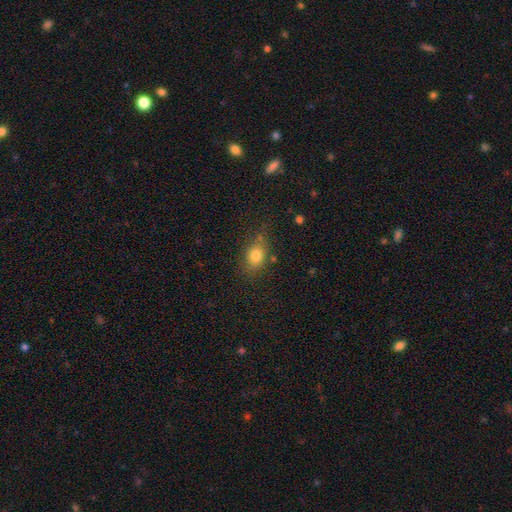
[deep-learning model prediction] This appears to be a smooth galaxy with no disk features (79%) that is in between round and cigar-shaped (66%). Merging: none (71%).